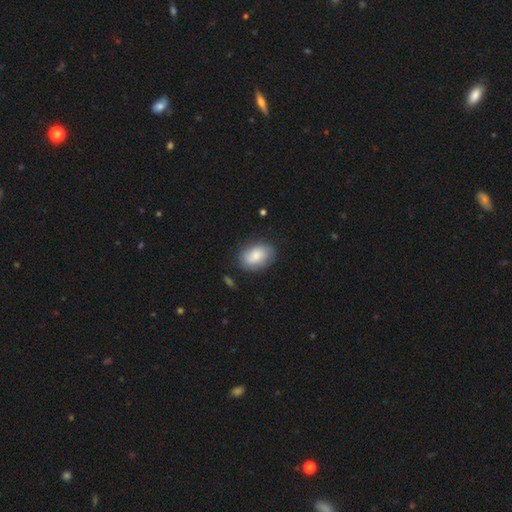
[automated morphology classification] Smooth or featured? smooth (79%)
How rounded? in between (84%)
Merging? none (79%)